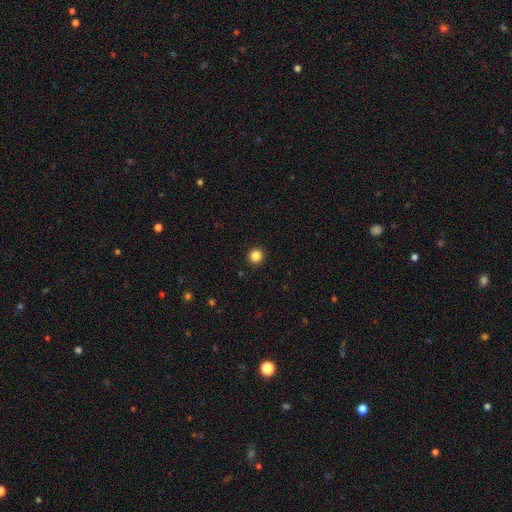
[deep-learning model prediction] Overall: smooth (85%). How rounded: round (93%). Merging: none (93%).